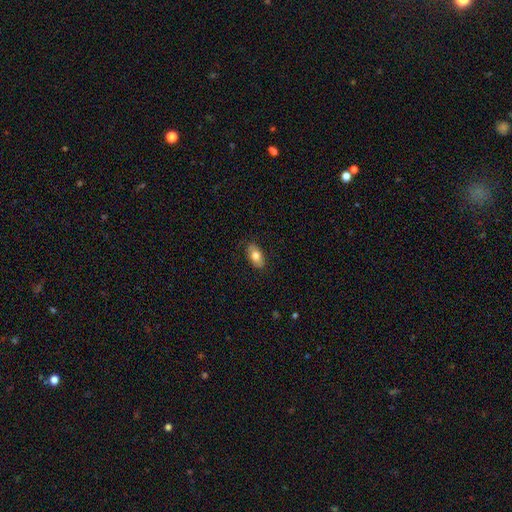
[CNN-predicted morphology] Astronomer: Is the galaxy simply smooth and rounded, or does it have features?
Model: smooth — 75%.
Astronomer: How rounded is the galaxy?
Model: in between — 91%.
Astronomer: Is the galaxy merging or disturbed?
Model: none — 85%.